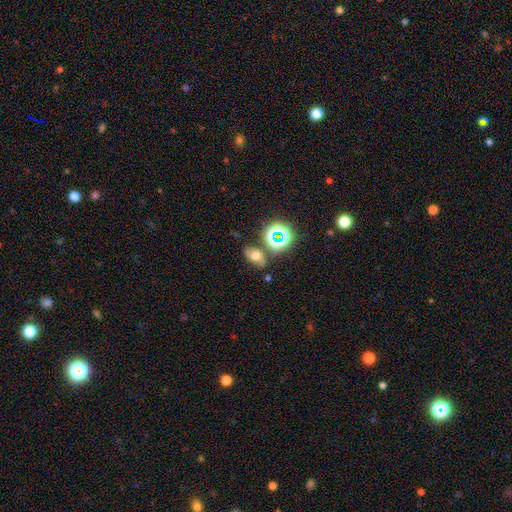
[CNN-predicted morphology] A smooth galaxy with no disk features (47%). Merging: none (63%).